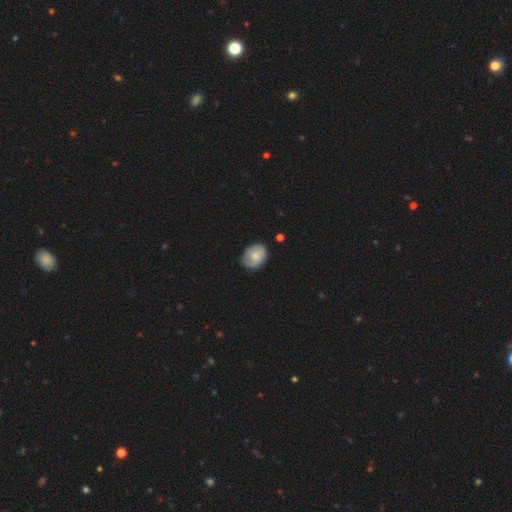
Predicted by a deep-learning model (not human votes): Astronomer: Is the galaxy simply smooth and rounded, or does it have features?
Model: smooth — 68%.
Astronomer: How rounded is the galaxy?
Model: in between — 66%.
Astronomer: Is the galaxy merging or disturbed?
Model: none — 70%.